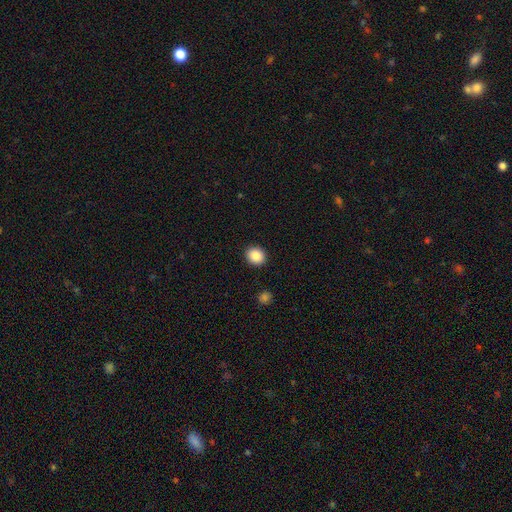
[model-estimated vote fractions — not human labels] Overall: smooth (88%). How rounded: round (73%). Merging: none (91%).